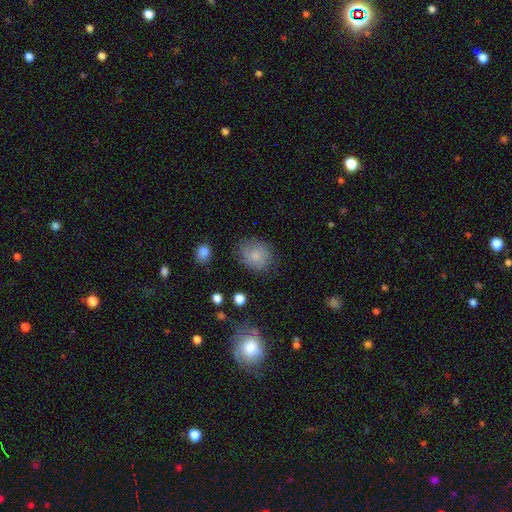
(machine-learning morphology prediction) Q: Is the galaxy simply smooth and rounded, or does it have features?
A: smooth — 74%.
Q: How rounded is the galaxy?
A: round — 63%.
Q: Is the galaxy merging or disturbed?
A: none — 71%.